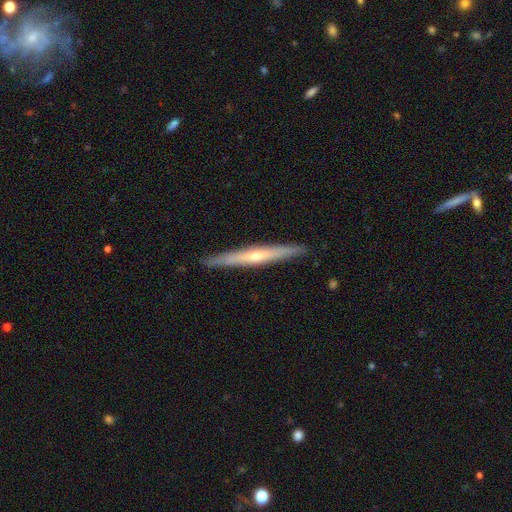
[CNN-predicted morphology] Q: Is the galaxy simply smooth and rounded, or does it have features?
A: featured or disk — 67%.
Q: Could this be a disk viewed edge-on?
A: yes — 97%.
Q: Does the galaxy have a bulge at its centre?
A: rounded — 68%.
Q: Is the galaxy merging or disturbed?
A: none — 92%.